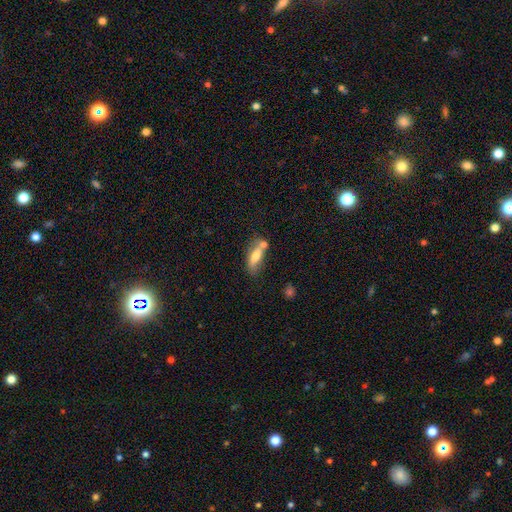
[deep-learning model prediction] smooth-or-featured: smooth: 68% | featured or disk: 25% | star or artifact: 7%
  how-rounded: in between: 64% | cigar-shaped: 33% | round: 3%
  merging: none: 49% | merger: 26% | minor disturbance: 19% | major disturbance: 7%